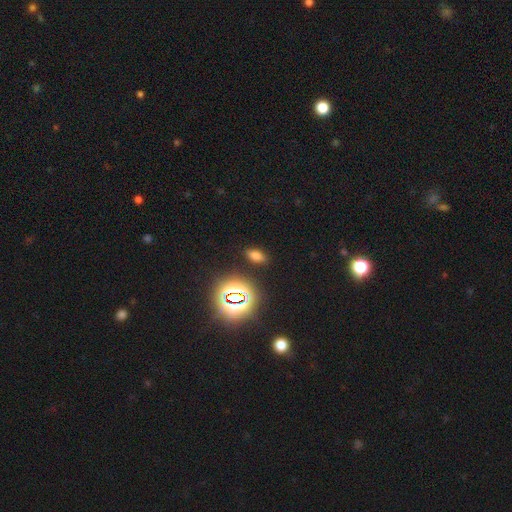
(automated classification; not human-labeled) The model was most divided on "smooth or featured": smooth: 64%, star or artifact: 28%, featured or disk: 8%. More confident: merging — none (87%); how rounded — in between (84%).